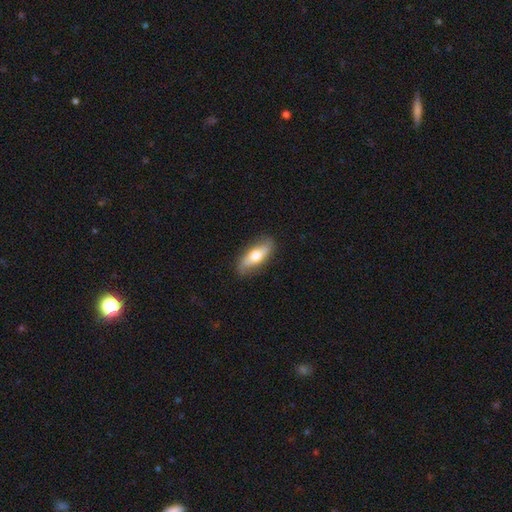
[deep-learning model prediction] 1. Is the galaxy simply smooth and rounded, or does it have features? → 57% smooth, 38% featured or disk, 6% star or artifact.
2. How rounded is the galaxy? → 69% in between, 27% cigar-shaped, 4% round.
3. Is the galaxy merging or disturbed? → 84% none, 12% minor disturbance, 3% major disturbance, 1% merger.